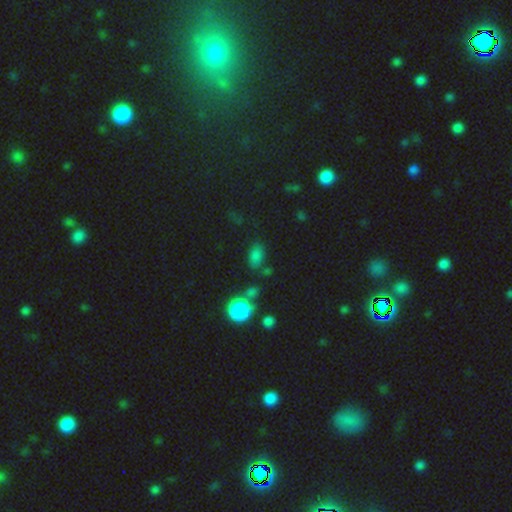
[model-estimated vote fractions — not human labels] Morphology: type=smooth (76%); roundness=in between (80%); merging=none (68%).